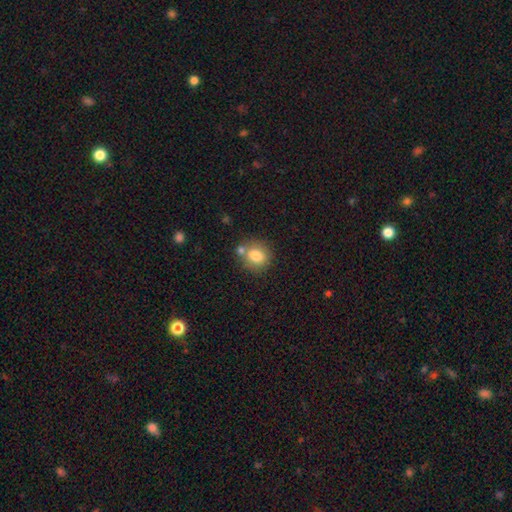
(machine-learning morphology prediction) Q: Smooth or featured?
A: smooth (80%); runner-up: featured or disk (11%)
Q: How rounded?
A: round (69%); runner-up: in between (30%)
Q: Merging?
A: none (62%); runner-up: merger (21%)